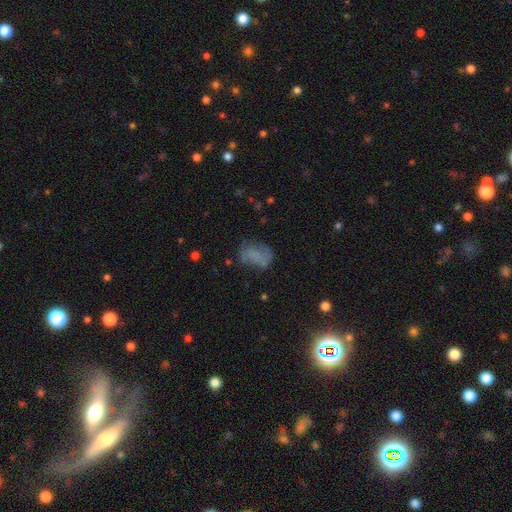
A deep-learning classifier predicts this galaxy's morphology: Smooth or featured?
  - smooth: 52% *
  - featured or disk: 31%
  - star or artifact: 17%
How rounded?
  - in between: 78% *
  - round: 19%
  - cigar-shaped: 3%
Merging?
  - none: 52% *
  - minor disturbance: 26%
  - major disturbance: 19%
  - merger: 3%